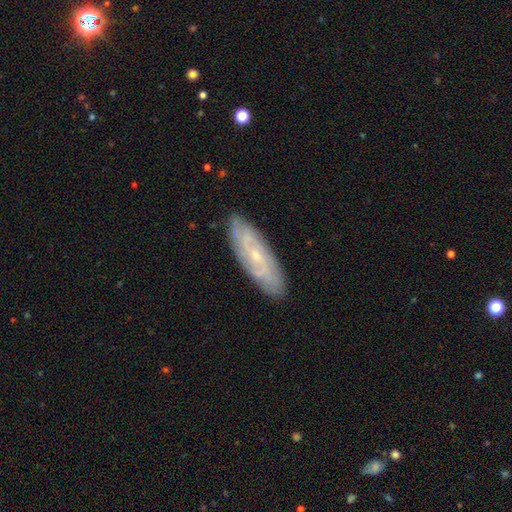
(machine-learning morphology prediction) Smooth or featured: featured or disk — 71% (smooth — 22%)
Edge-on disk: no — 80% (yes — 20%)
Bar: no — 71% (weak — 24%)
Spiral arms: yes — 86% (no — 14%)
Bulge size: small — 79% (moderate — 17%)
Merging: none — 84% (minor disturbance — 12%)